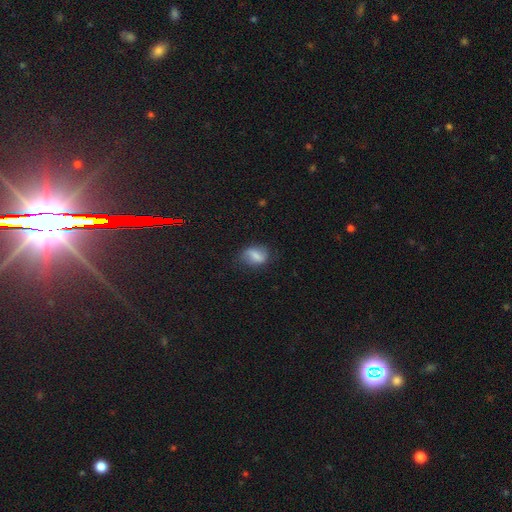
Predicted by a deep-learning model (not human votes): smooth 61%, featured or disk 30%, star or artifact 9%. Down the decision tree: how rounded — in between (72%); merging — none (68%).